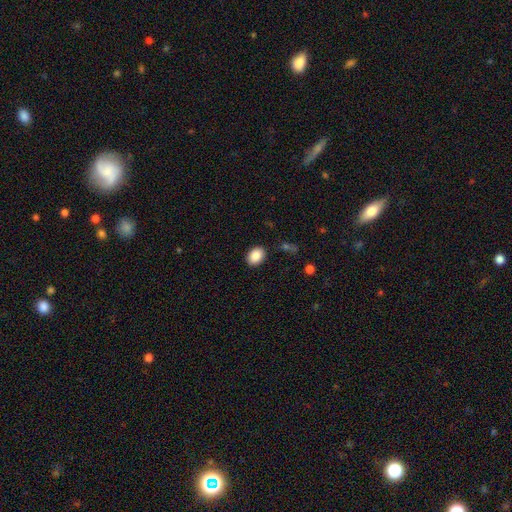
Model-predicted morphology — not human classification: Smooth or featured?
  - smooth: 89% *
  - star or artifact: 8%
  - featured or disk: 3%
How rounded?
  - in between: 70% *
  - round: 29%
  - cigar-shaped: 1%
Merging?
  - none: 88% *
  - minor disturbance: 9%
  - major disturbance: 2%
  - merger: 1%